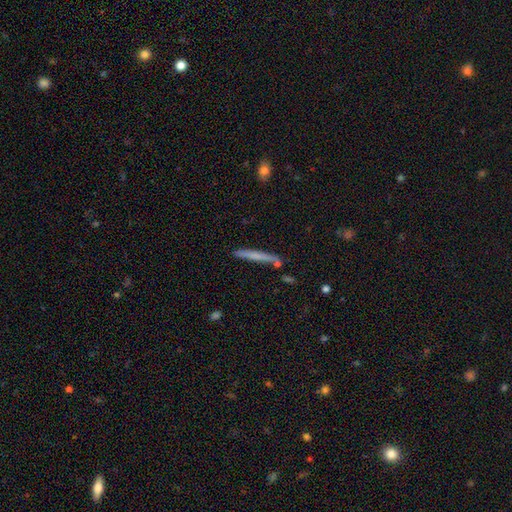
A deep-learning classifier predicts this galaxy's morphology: Smooth or featured: smooth — 59% (featured or disk — 34%)
How rounded: cigar-shaped — 96% (in between — 3%)
Merging: none — 78% (minor disturbance — 13%)